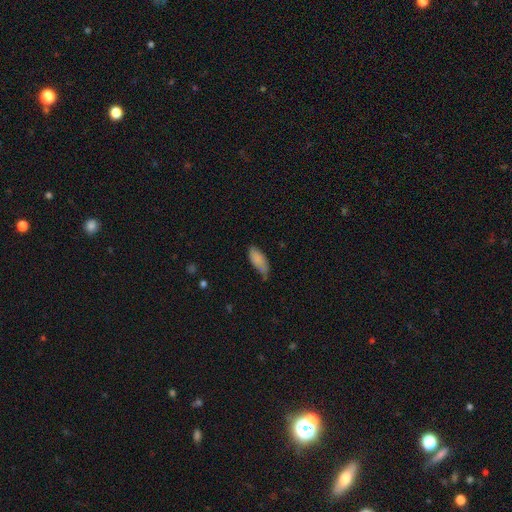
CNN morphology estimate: This is clearly a smooth galaxy (81%). How rounded: likely in between (78%). Merging: possibly none (55%).